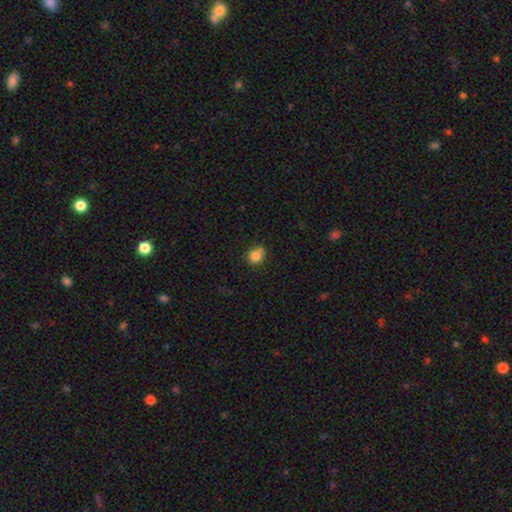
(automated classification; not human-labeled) Smooth or featured?
  - smooth: 83% *
  - star or artifact: 11%
  - featured or disk: 6%
How rounded?
  - round: 79% *
  - in between: 20%
  - cigar-shaped: 1%
Merging?
  - none: 66% *
  - minor disturbance: 20%
  - merger: 10%
  - major disturbance: 4%